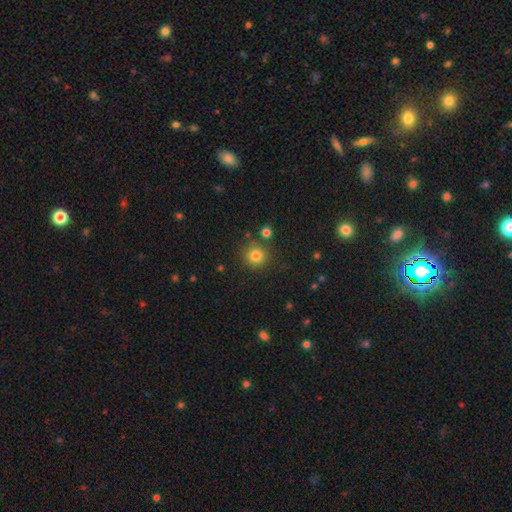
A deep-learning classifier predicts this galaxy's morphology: Smooth or featured?
  - smooth: 81% *
  - star or artifact: 13%
  - featured or disk: 6%
How rounded?
  - round: 93% *
  - in between: 6%
  - cigar-shaped: 1%
Merging?
  - none: 82% *
  - minor disturbance: 9%
  - merger: 6%
  - major disturbance: 3%